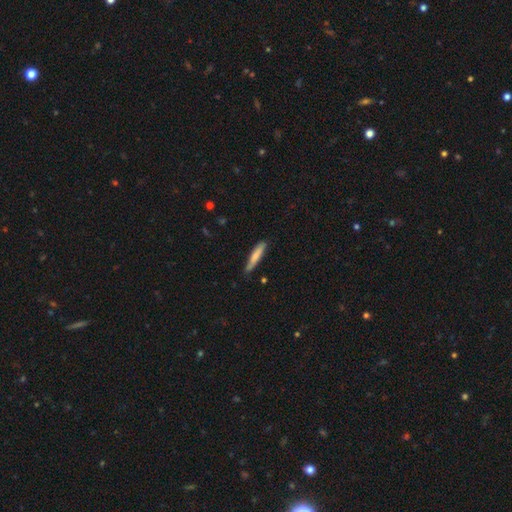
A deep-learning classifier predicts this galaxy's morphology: Smooth or featured: smooth — 73% (featured or disk — 21%)
How rounded: cigar-shaped — 89% (in between — 10%)
Merging: none — 76% (minor disturbance — 19%)